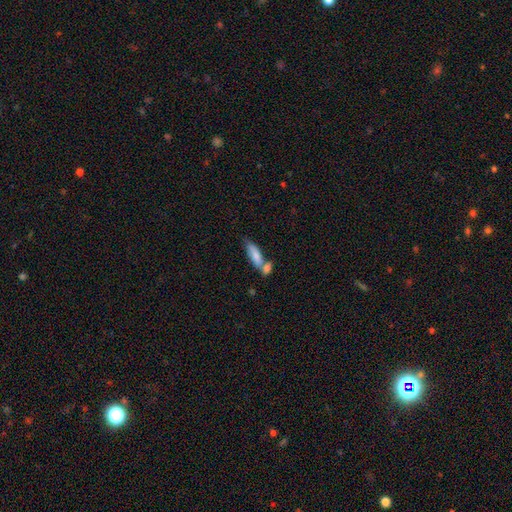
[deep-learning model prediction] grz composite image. It shows a smooth galaxy with no disk features (79%) that is in between round and cigar-shaped (60%). Merging: merger (51%).